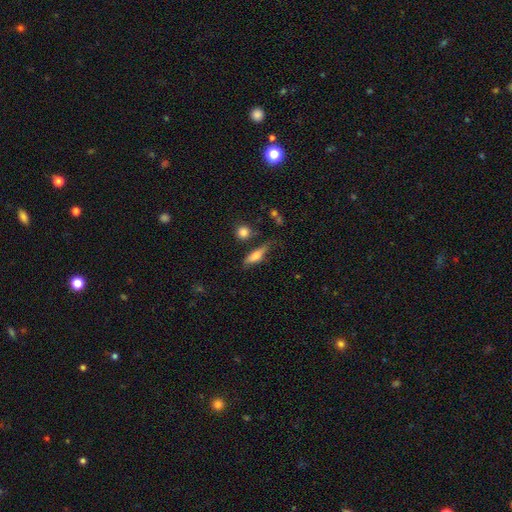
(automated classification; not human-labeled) Morphology: type=smooth (62%); roundness=cigar-shaped (55%); merging=none (63%).